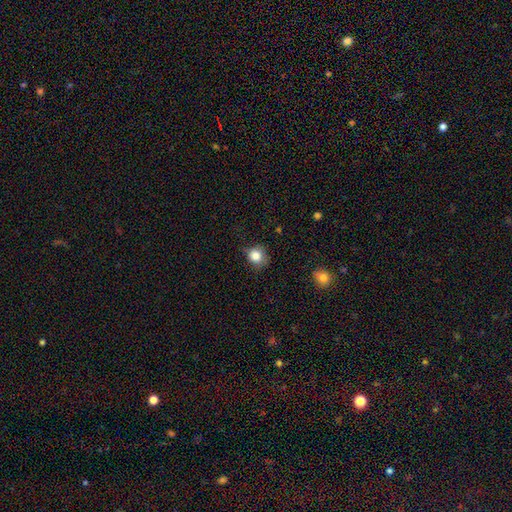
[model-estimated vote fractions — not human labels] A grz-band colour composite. It shows a smooth galaxy with no disk features (83%) that is round (81%). Merging: none (64%).